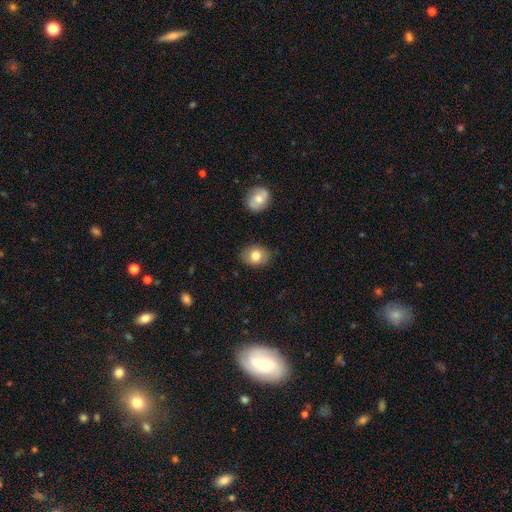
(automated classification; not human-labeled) Smooth or featured?
  - smooth: 80% *
  - featured or disk: 12%
  - star or artifact: 8%
How rounded?
  - in between: 58% *
  - round: 41%
  - cigar-shaped: 1%
Merging?
  - none: 83% *
  - minor disturbance: 13%
  - major disturbance: 3%
  - merger: 2%